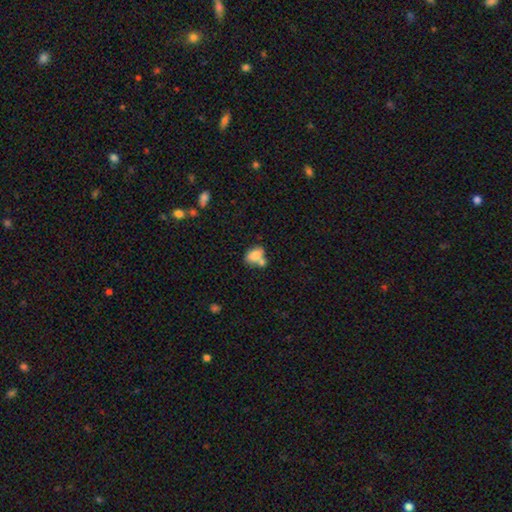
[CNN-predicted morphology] Q: Smooth or featured?
A: smooth (79%); runner-up: featured or disk (13%)
Q: How rounded?
A: in between (75%); runner-up: round (24%)
Q: Merging?
A: merger (46%); runner-up: none (36%)